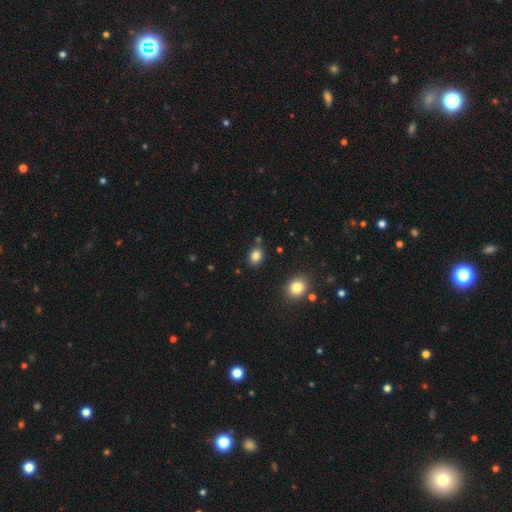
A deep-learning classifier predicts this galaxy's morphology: This appears to be a smooth galaxy with no disk features (84%) that is in between round and cigar-shaped (61%). Merging: none (83%).